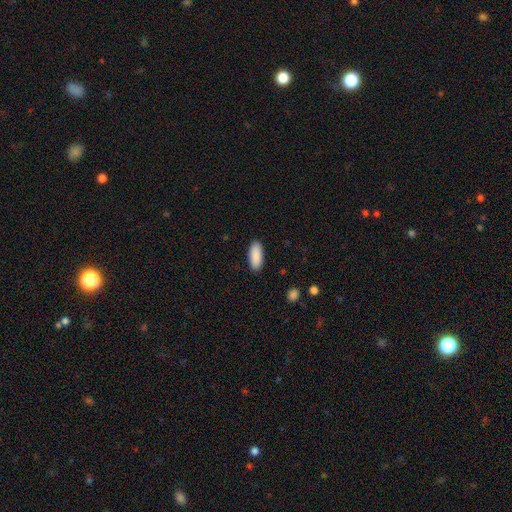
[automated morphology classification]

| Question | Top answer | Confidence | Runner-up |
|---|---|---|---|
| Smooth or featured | smooth | 91% | star or artifact (6%) |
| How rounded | in between | 81% | cigar-shaped (18%) |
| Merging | none | 90% | minor disturbance (7%) |